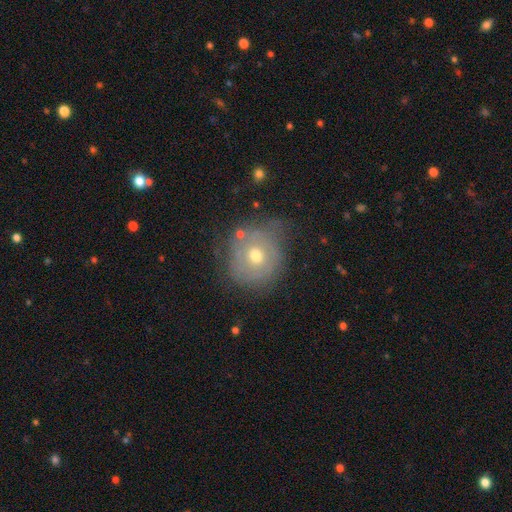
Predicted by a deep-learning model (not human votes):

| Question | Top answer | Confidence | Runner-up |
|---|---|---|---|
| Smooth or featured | featured or disk | 45% | tied: smooth (45%) |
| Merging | none | 61% | minor disturbance (25%) |